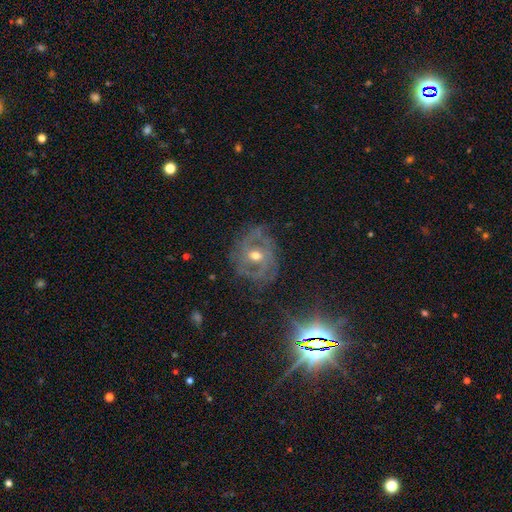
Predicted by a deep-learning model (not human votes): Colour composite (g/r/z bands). It shows a featured or disk galaxy (79%) with no bar (48%), 2 (33%) tight (47%) spiral arms (85%) and a moderate central bulge (73%). Merging: none (67%).